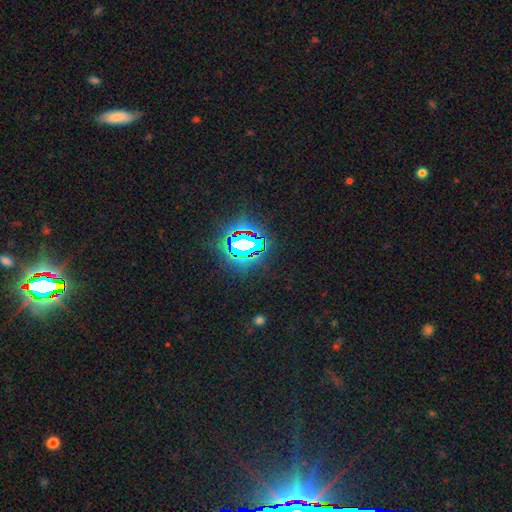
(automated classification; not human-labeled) Smooth or featured?
  - star or artifact: 83% *
  - smooth: 10%
  - featured or disk: 7%